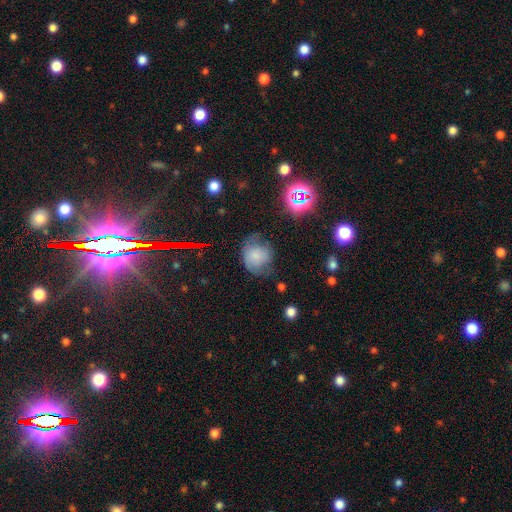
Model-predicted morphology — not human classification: Overall: smooth (62%; featured or disk 25%). How rounded: round (69%; in between 30%). Merging: none (46%; minor disturbance 33%).